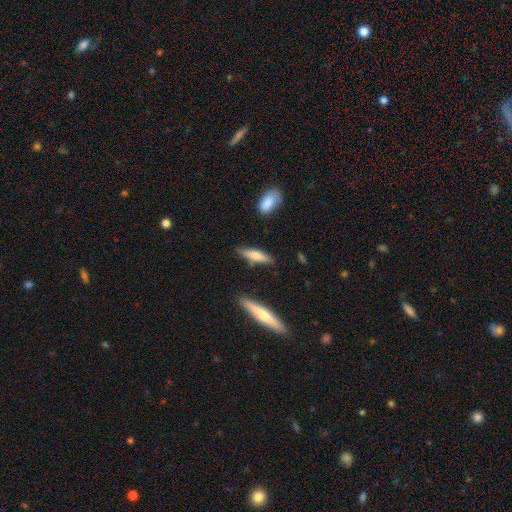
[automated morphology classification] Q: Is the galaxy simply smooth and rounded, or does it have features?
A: smooth — 71%.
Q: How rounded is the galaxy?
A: cigar-shaped — 69%.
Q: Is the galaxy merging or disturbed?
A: none — 80%.